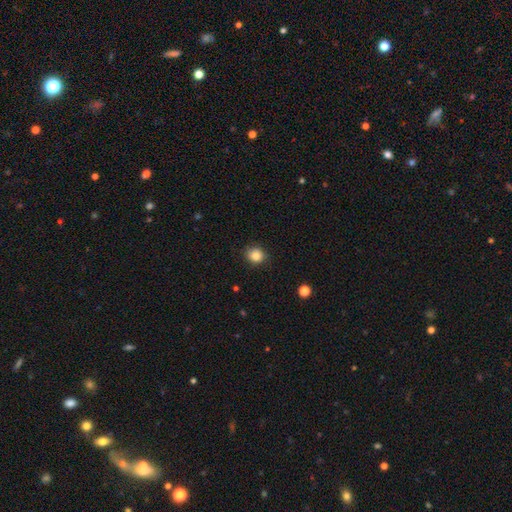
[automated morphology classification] smooth_or_featured: smooth (p=0.85) [alt: star or artifact p=0.10]
how_rounded: round (p=0.75) [alt: in between p=0.24]
merging: none (p=0.86) [alt: minor disturbance p=0.10]